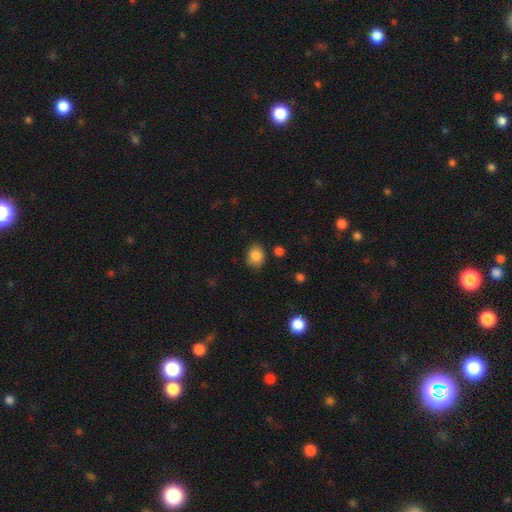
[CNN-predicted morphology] The model was most divided on "how rounded": in between: 56%, round: 43%, cigar-shaped: 1%. More confident: smooth or featured — smooth (86%); merging — none (80%).